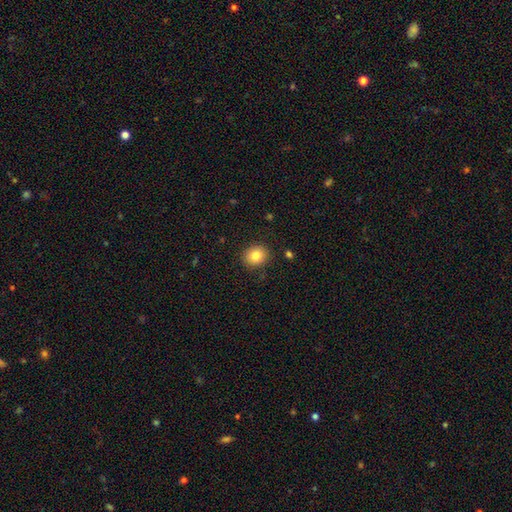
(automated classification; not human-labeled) smooth_or_featured: smooth (p=0.83) [alt: star or artifact p=0.10]
how_rounded: round (p=0.72) [alt: in between p=0.27]
merging: none (p=0.89) [alt: minor disturbance p=0.08]